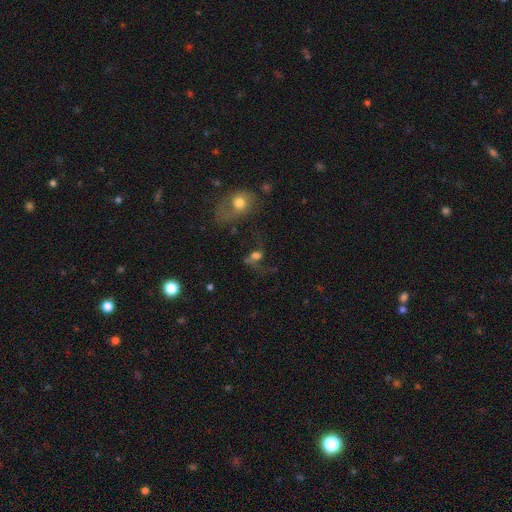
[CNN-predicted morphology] smooth_or_featured: smooth (p=0.42) [alt: featured or disk p=0.36]
merging: none (p=0.34) [alt: major disturbance p=0.29]